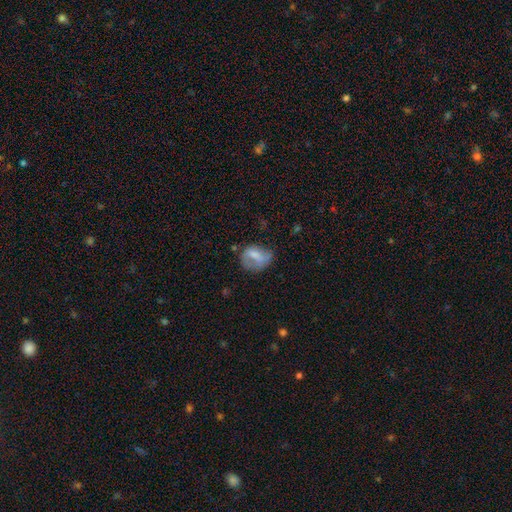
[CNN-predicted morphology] A smooth galaxy with no disk features (57%) that is in between round and cigar-shaped (53%).

Vote fractions:
- Smooth or featured? smooth: 57% / featured or disk: 35% / star or artifact: 9%
- How rounded? in between: 53% / round: 45% / cigar-shaped: 2%
- Merging? none: 41% / minor disturbance: 30% / major disturbance: 25% / merger: 4%